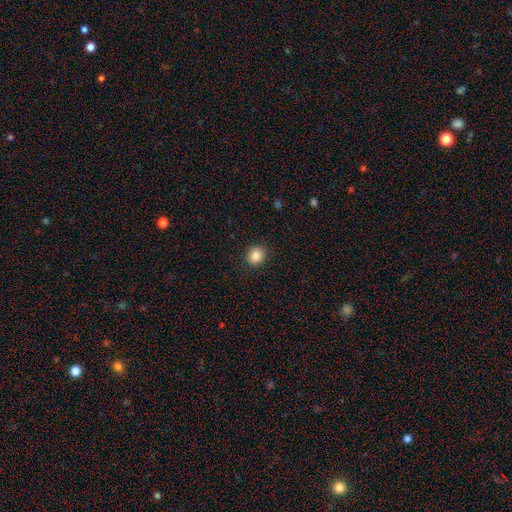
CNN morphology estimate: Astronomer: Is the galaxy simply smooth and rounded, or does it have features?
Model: smooth — 87%.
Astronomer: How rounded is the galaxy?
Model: round — 77%.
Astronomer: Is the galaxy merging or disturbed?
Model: none — 90%.